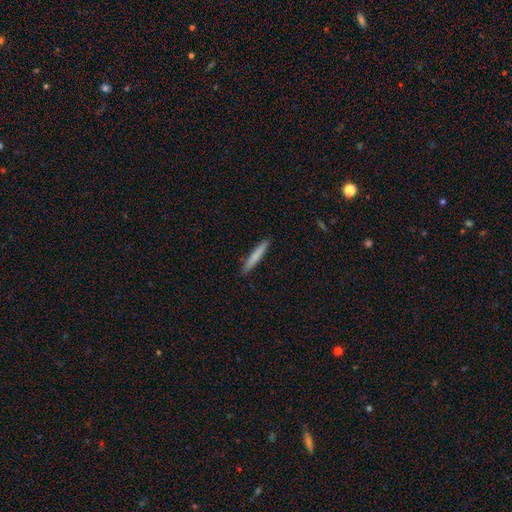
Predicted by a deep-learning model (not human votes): The model was most divided on "smooth or featured": smooth: 78%, featured or disk: 16%, star or artifact: 6%. More confident: how rounded — cigar-shaped (96%); merging — none (91%).